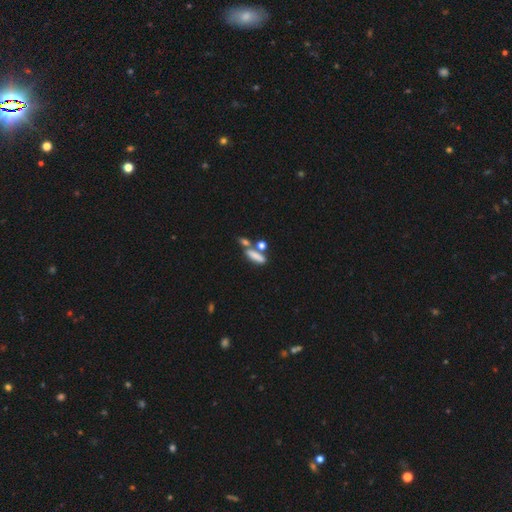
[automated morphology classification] smooth_or_featured: smooth (p=0.74) [alt: featured or disk p=0.15]
how_rounded: cigar-shaped (p=0.50) [alt: in between p=0.42]
merging: none (p=0.46) [alt: merger p=0.35]